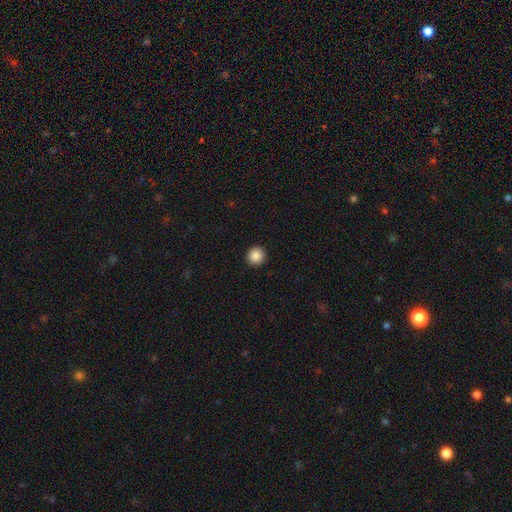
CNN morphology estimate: This is clearly a smooth galaxy (88%). How rounded: clearly round (93%). Merging: clearly none (93%).